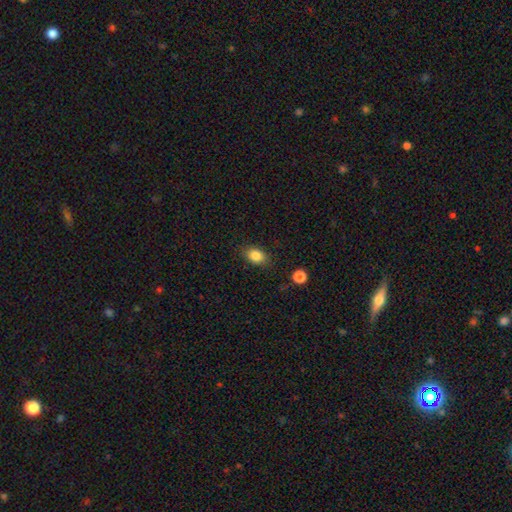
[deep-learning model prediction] Morphology: type=smooth (84%); roundness=in between (77%); merging=none (84%).